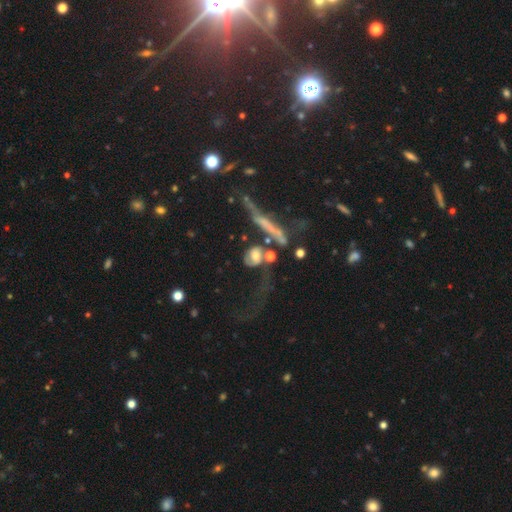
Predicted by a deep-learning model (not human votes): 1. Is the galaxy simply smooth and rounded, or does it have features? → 50% featured or disk, 41% smooth, 9% star or artifact.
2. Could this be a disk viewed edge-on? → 80% no, 20% yes.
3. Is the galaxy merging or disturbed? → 31% major disturbance, 28% none, 26% merger, 15% minor disturbance.